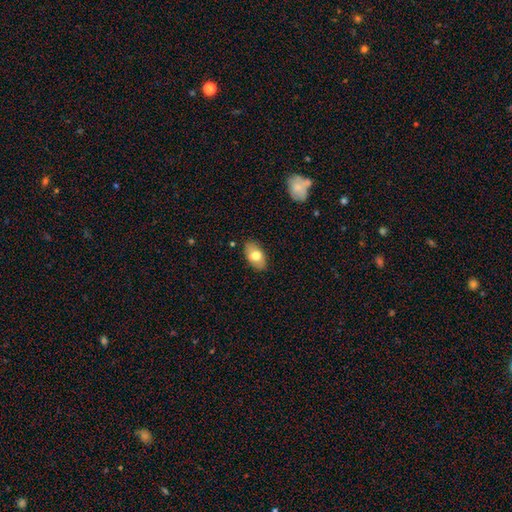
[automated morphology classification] Smooth or featured?
  - smooth: 73% *
  - featured or disk: 20%
  - star or artifact: 7%
How rounded?
  - in between: 92% *
  - round: 6%
  - cigar-shaped: 2%
Merging?
  - none: 85% *
  - minor disturbance: 11%
  - major disturbance: 2%
  - merger: 1%